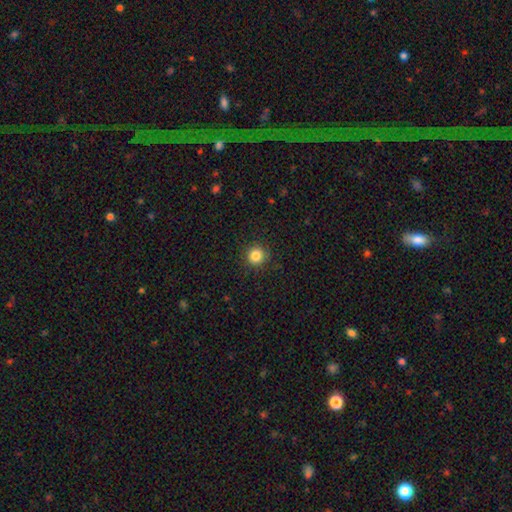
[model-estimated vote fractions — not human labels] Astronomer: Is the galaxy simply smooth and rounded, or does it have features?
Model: smooth — 84%.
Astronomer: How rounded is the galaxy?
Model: round — 93%.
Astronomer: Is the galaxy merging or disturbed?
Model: none — 89%.